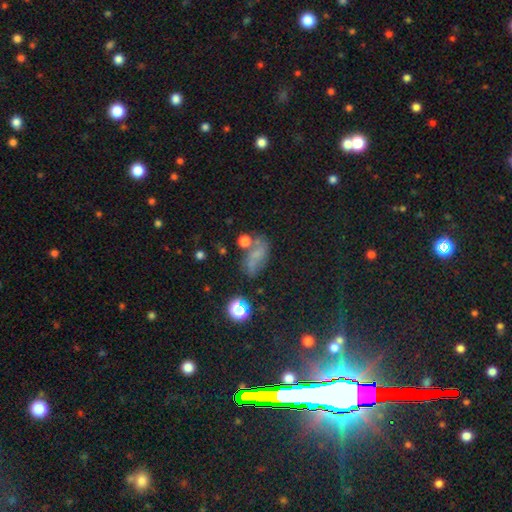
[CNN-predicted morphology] This appears to be a smooth galaxy with no disk features (47%). Merging: none (48%).